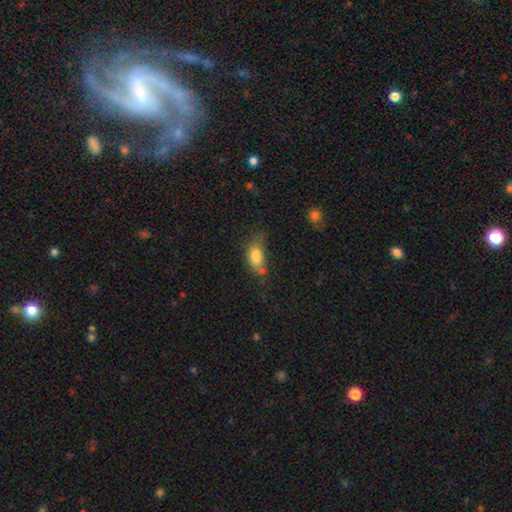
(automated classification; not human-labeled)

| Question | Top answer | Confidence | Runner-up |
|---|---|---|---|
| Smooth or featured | smooth | 80% | featured or disk (10%) |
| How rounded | in between | 84% | round (10%) |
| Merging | none | 42% | minor disturbance (30%) |